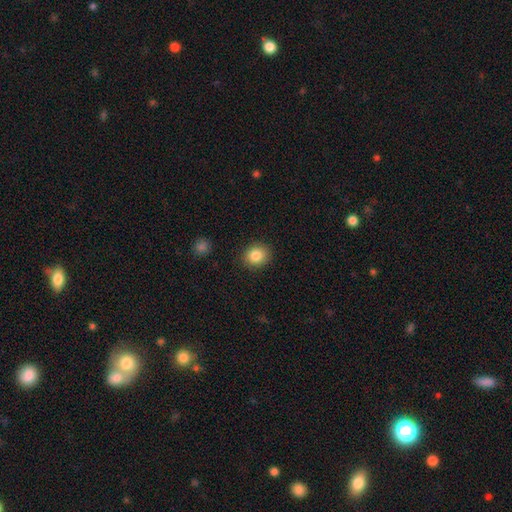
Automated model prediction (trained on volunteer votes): Morphology: type=smooth (84%); roundness=round (74%); merging=none (89%).